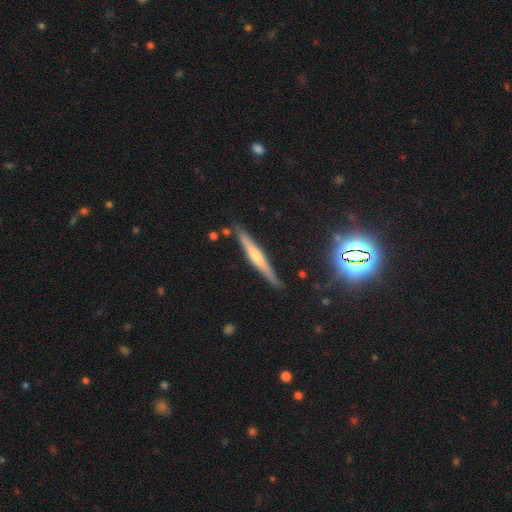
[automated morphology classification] A featured or disk galaxy (57%) viewed edge-on (96%) with a rounded central bulge (64%). Merging: none (86%).